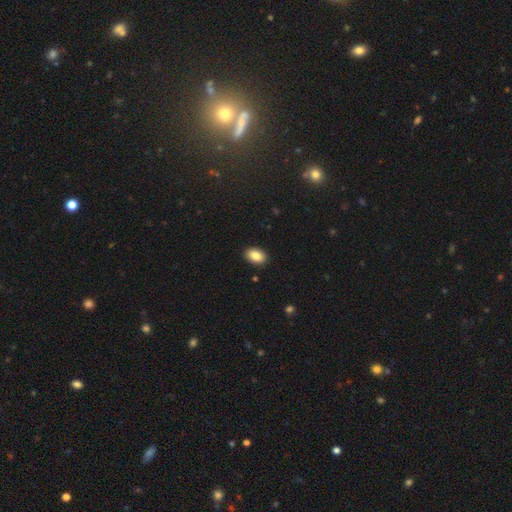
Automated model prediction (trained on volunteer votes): Q: Smooth or featured?
A: smooth (86%); runner-up: star or artifact (8%)
Q: How rounded?
A: in between (88%); runner-up: round (10%)
Q: Merging?
A: none (90%); runner-up: minor disturbance (7%)